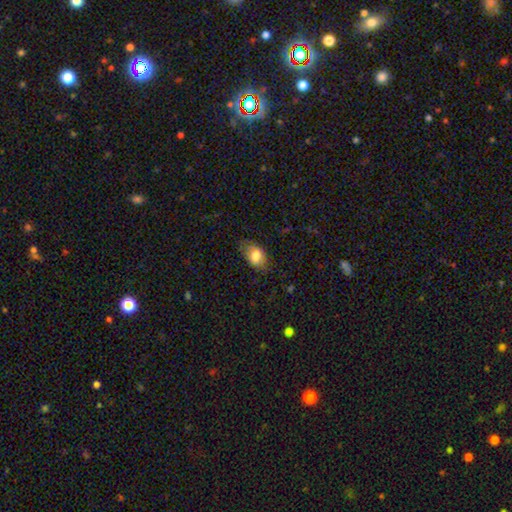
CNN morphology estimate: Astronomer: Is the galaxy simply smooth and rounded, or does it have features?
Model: smooth — 78%.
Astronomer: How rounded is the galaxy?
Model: in between — 85%.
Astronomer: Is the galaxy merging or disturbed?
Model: none — 72%.